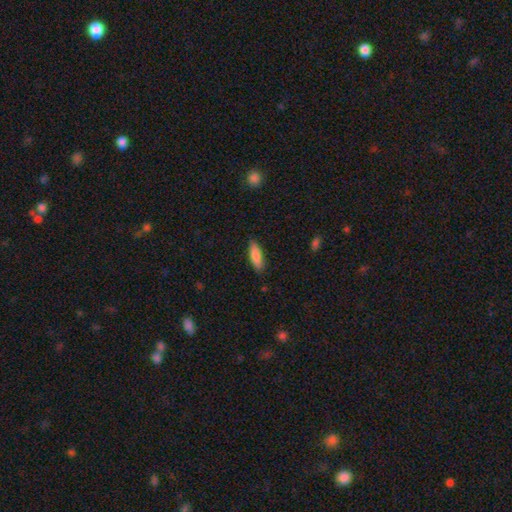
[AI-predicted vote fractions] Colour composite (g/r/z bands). It shows a smooth galaxy with no disk features (85%) that is cigar-shaped (51%). Merging: none (87%).